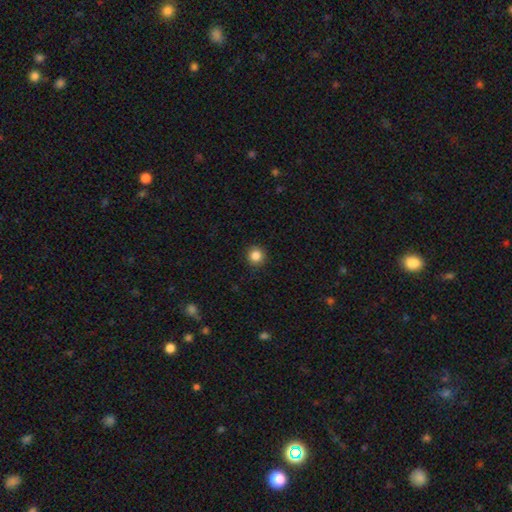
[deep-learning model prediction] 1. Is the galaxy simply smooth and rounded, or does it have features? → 85% smooth, 11% star or artifact, 4% featured or disk.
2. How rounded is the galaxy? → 94% round, 5% in between, 1% cigar-shaped.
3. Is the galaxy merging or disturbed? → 91% none, 6% minor disturbance, 2% major disturbance, 1% merger.